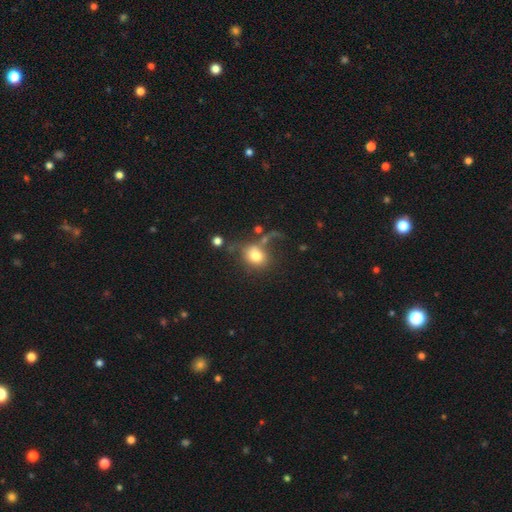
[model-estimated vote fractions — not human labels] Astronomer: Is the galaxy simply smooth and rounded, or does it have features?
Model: smooth — 76%.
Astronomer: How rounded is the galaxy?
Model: round — 61% (runner-up: in between, 38%).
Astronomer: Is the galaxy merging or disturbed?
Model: none — 41% (runner-up: major disturbance, 26%).